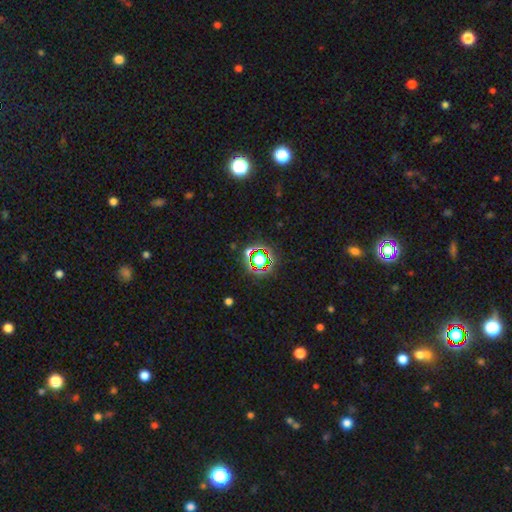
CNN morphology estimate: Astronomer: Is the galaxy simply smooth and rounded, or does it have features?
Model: star or artifact — 67%.